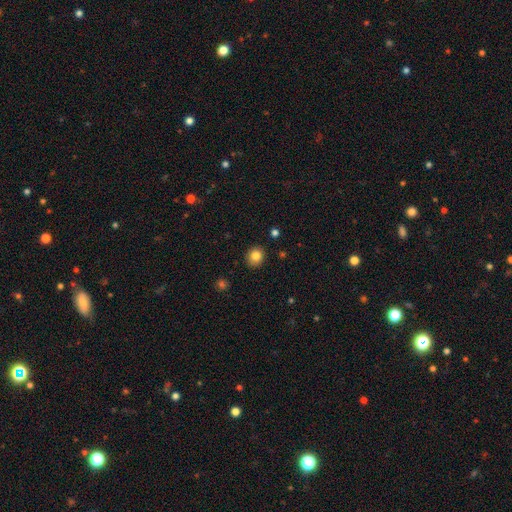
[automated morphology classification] Smooth or featured?
  - smooth: 83% *
  - star or artifact: 11%
  - featured or disk: 7%
How rounded?
  - round: 78% *
  - in between: 21%
  - cigar-shaped: 1%
Merging?
  - none: 89% *
  - minor disturbance: 8%
  - major disturbance: 2%
  - merger: 1%